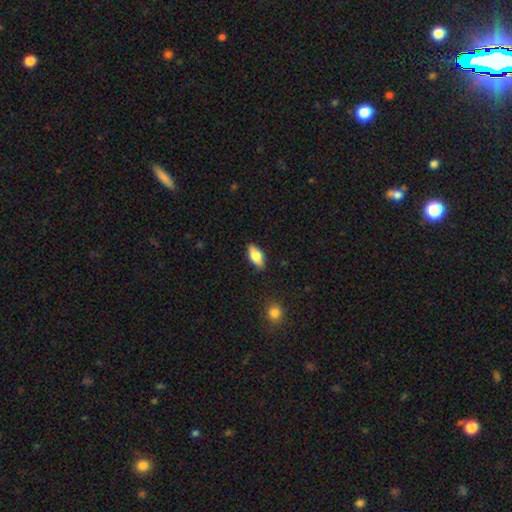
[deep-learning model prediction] smooth_or_featured: smooth (p=0.68) [alt: featured or disk p=0.25]
how_rounded: in between (p=0.82) [alt: cigar-shaped p=0.14]
merging: none (p=0.86) [alt: minor disturbance p=0.10]